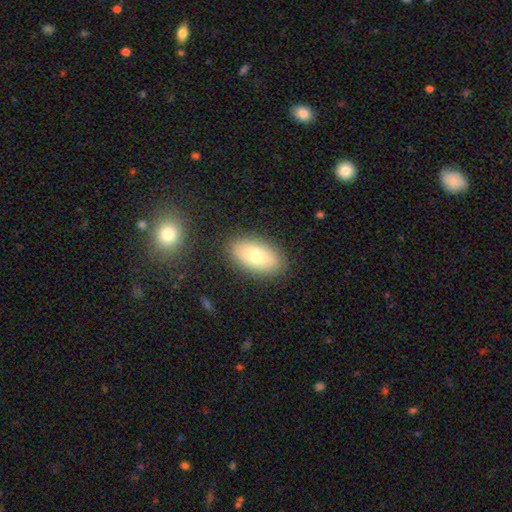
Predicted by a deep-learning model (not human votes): Smooth or featured?
  - smooth: 74% *
  - featured or disk: 18%
  - star or artifact: 8%
How rounded?
  - in between: 92% *
  - round: 5%
  - cigar-shaped: 2%
Merging?
  - none: 86% *
  - minor disturbance: 9%
  - merger: 3%
  - major disturbance: 3%